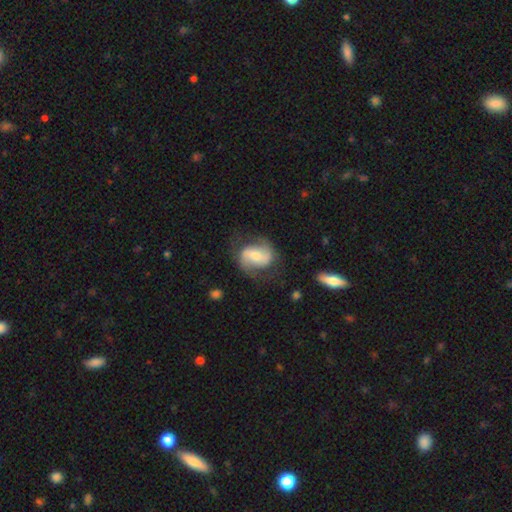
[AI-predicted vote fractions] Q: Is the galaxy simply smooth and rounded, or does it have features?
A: featured or disk — 69%.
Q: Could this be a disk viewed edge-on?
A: no — 96%.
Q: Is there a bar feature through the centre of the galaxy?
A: weak — 38%.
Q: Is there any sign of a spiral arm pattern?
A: yes — 88%.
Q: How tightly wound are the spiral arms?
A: medium — 45%.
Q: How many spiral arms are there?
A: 2 — 88%.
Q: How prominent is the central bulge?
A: moderate — 50%.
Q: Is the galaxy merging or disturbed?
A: none — 66%.